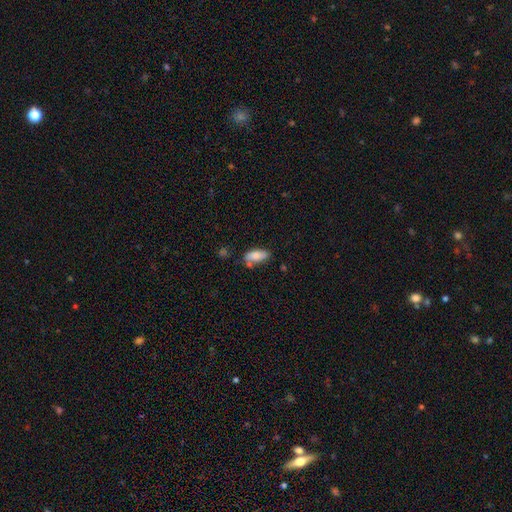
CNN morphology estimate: Smooth or featured? smooth (79%)
How rounded? in between (84%)
Merging? none (60%)